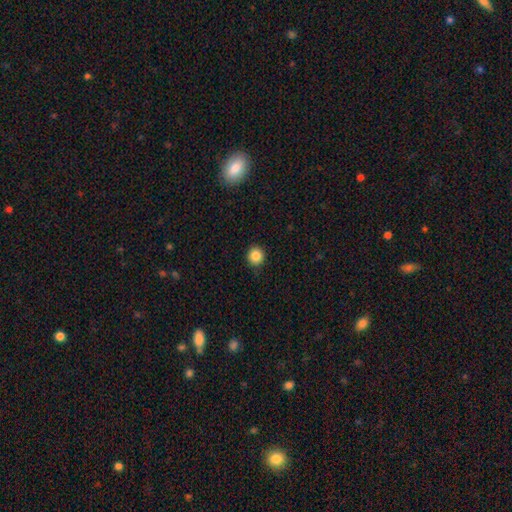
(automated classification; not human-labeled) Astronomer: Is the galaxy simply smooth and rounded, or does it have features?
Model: smooth — 85%.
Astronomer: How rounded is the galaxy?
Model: round — 93%.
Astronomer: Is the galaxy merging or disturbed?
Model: none — 90%.